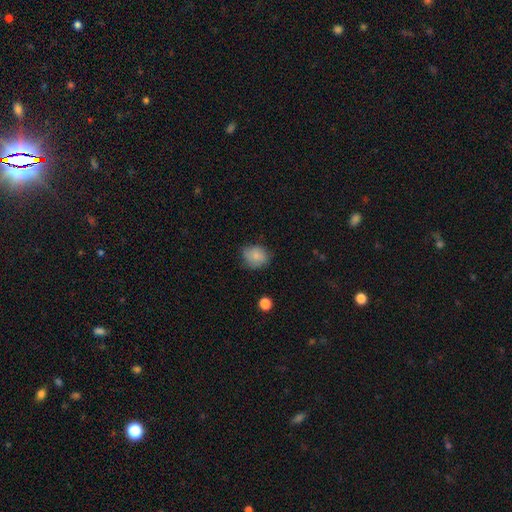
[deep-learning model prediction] This is clearly a smooth galaxy (81%). How rounded: likely round (63%). Merging: likely none (66%).